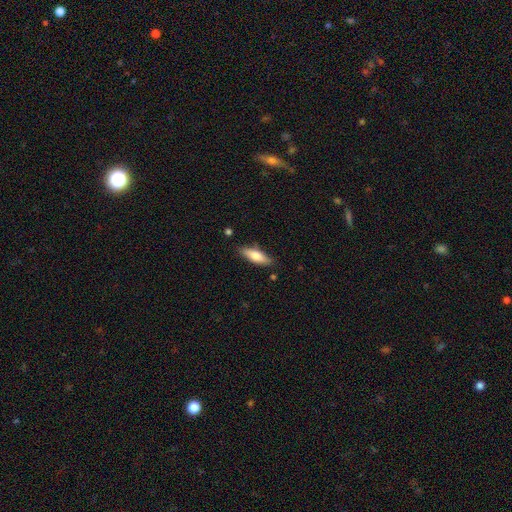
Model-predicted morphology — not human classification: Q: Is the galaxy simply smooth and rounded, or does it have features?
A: smooth — 71%.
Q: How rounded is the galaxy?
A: in between — 52%.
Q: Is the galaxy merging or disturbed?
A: none — 82%.